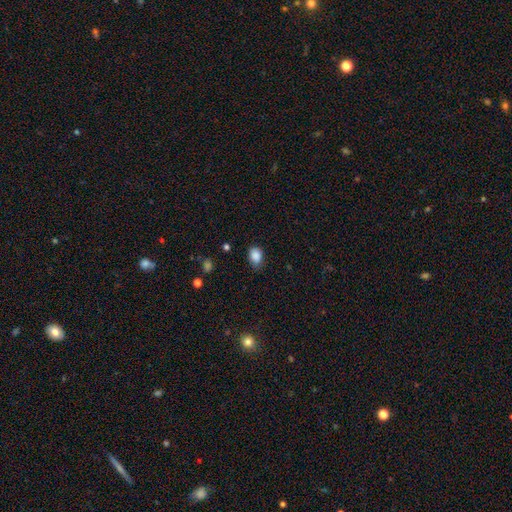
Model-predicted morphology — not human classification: Overall: smooth (87%). How rounded: in between (69%; round 30%). Merging: none (65%; minor disturbance 29%).